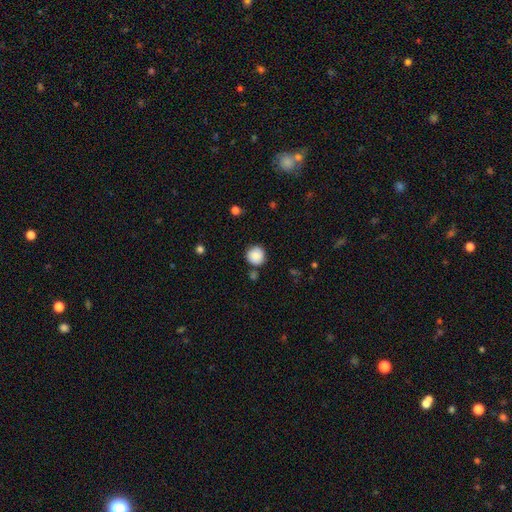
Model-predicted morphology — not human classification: Smooth or featured?
  - smooth: 88% *
  - star or artifact: 8%
  - featured or disk: 4%
How rounded?
  - round: 94% *
  - in between: 5%
  - cigar-shaped: 1%
Merging?
  - none: 83% *
  - minor disturbance: 9%
  - merger: 5%
  - major disturbance: 2%